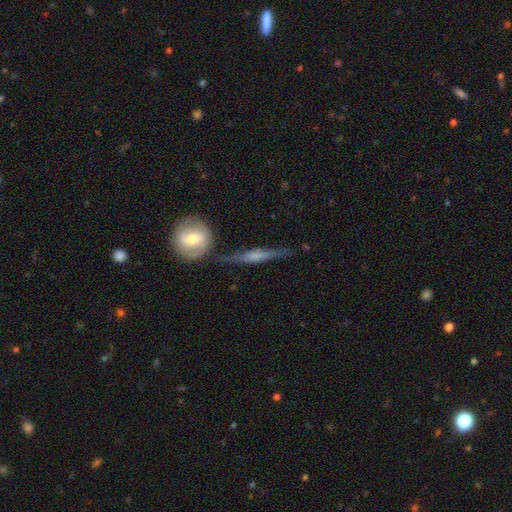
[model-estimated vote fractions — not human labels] Q: Smooth or featured?
A: featured or disk (66%); runner-up: smooth (27%)
Q: Edge-on disk?
A: yes (88%); runner-up: no (12%)
Q: Edge-on bulge?
A: rounded (50%); runner-up: boxy (27%)
Q: Merging?
A: none (66%); runner-up: minor disturbance (17%)